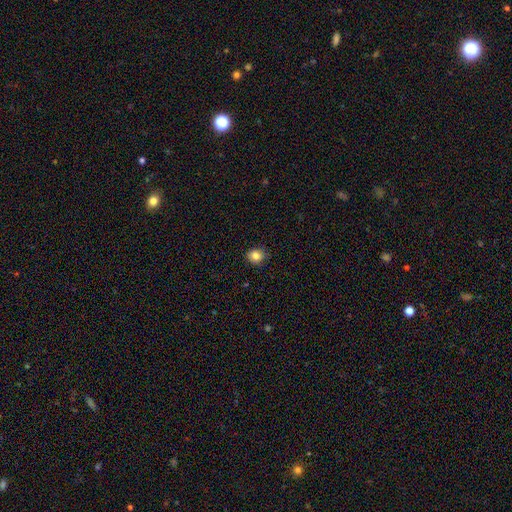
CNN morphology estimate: Smooth or featured?
  - smooth: 82% *
  - star or artifact: 11%
  - featured or disk: 7%
How rounded?
  - round: 72% *
  - in between: 27%
  - cigar-shaped: 1%
Merging?
  - none: 84% *
  - minor disturbance: 13%
  - major disturbance: 2%
  - merger: 1%